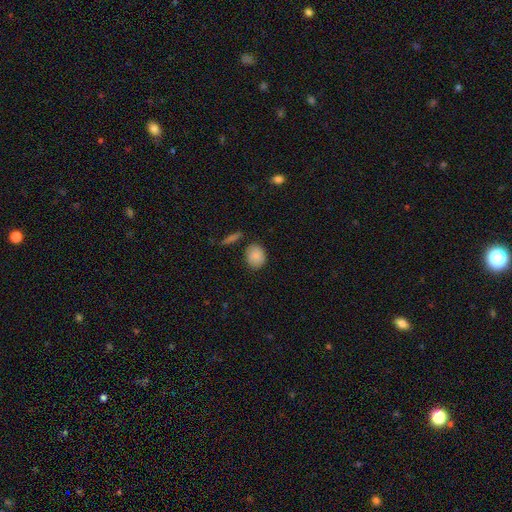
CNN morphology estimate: A smooth galaxy with no disk features (87%) that is round (54%).

Vote fractions:
- Smooth or featured? smooth: 87% / star or artifact: 7% / featured or disk: 5%
- How rounded? round: 54% / in between: 45% / cigar-shaped: 1%
- Merging? none: 81% / minor disturbance: 12% / merger: 4% / major disturbance: 3%